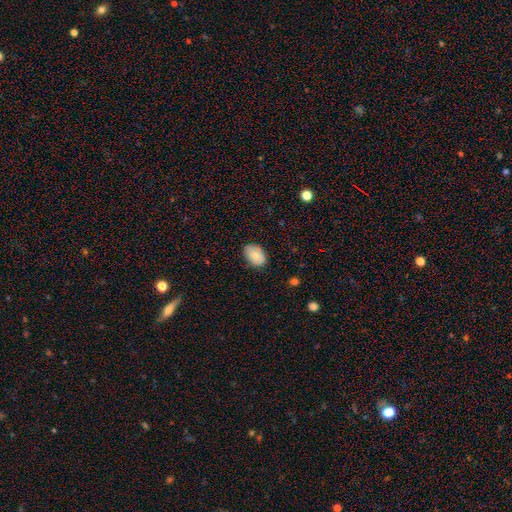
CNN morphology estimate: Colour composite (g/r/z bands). It shows a smooth galaxy with no disk features (78%) that is in between round and cigar-shaped (86%). Merging: none (79%).